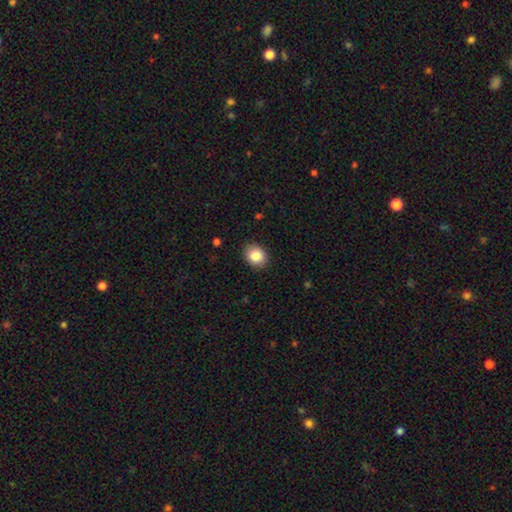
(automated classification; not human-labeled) Overall: smooth (85%). How rounded: round (59%; in between 40%). Merging: none (89%).